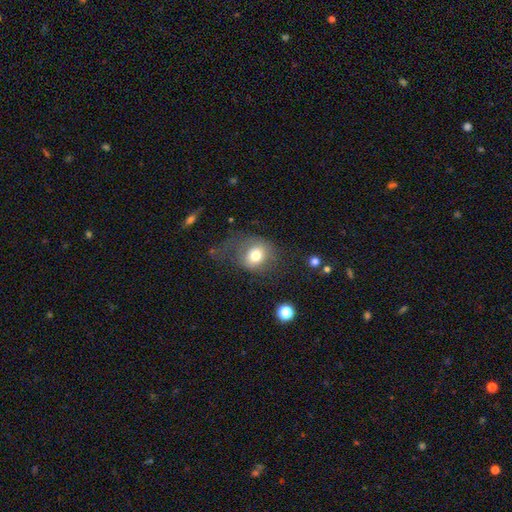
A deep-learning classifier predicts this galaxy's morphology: type=smooth (73%); roundness=round (66%); merging=none (43%).